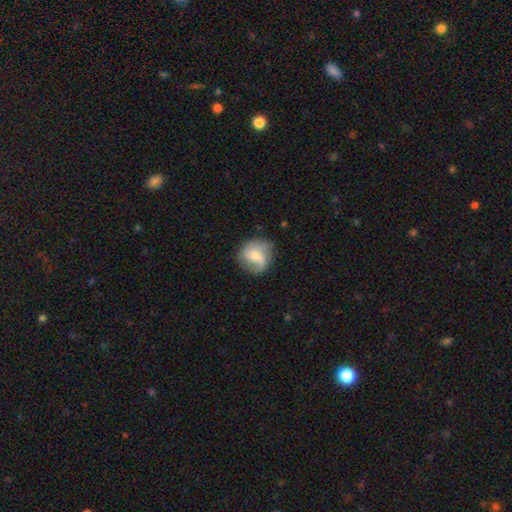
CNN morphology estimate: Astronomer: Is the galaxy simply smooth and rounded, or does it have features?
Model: featured or disk — 56% (runner-up: smooth, 37%).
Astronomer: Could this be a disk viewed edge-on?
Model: no — 97%.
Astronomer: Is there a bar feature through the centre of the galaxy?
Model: no — 53% (runner-up: weak, 38%).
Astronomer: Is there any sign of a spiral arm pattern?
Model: yes — 87%.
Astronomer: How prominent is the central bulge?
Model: moderate — 48% (runner-up: small, 45%).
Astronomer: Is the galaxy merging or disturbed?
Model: none — 71%.